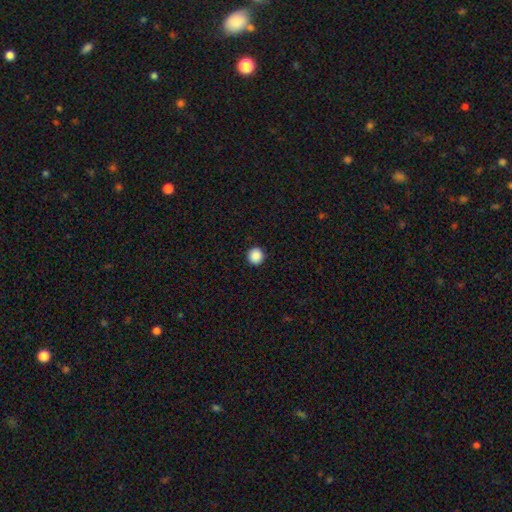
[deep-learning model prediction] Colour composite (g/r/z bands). It shows a smooth galaxy with no disk features (89%) that is round (95%). Merging: none (93%).